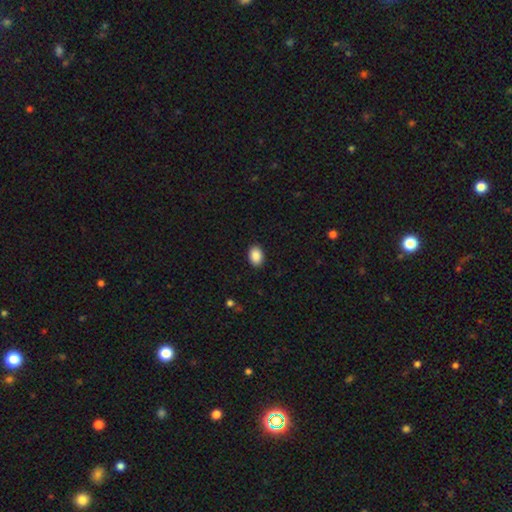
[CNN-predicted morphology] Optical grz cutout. It shows a smooth galaxy with no disk features (90%) that is in between round and cigar-shaped (82%). Merging: none (90%).